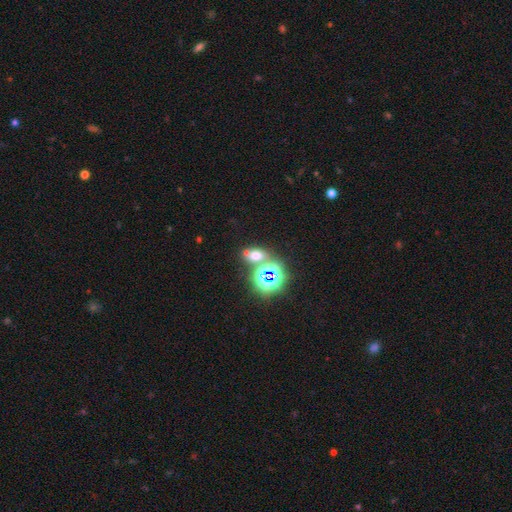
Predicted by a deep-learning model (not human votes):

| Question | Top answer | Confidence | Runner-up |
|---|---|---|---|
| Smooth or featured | smooth | 49% | star or artifact (41%) |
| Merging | none | 58% | merger (25%) |